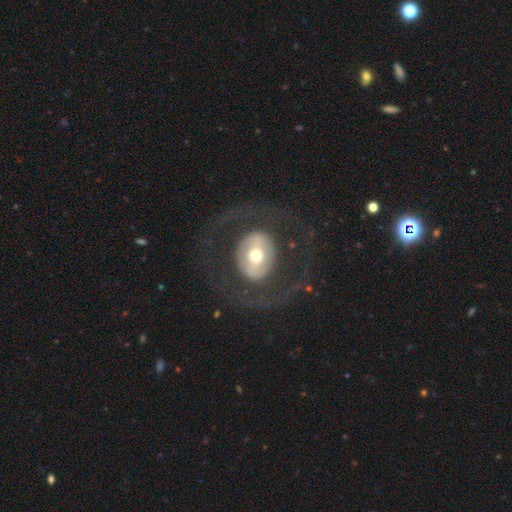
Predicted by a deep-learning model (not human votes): A featured or disk galaxy (62%) with no bar (59%), no spiral arms (70%) and a moderate central bulge (67%).

Vote fractions:
- Smooth or featured? featured or disk: 62% / smooth: 32% / star or artifact: 6%
- Edge-on disk? no: 94% / yes: 6%
- Bar? no: 59% / weak: 24% / strong: 17%
- Spiral arms? no: 70% / yes: 30%
- Bulge size? moderate: 67% / large: 16% / small: 14% / dominant: 2% / none: 1%
- Merging? none: 75% / major disturbance: 15% / minor disturbance: 9% / merger: 1%